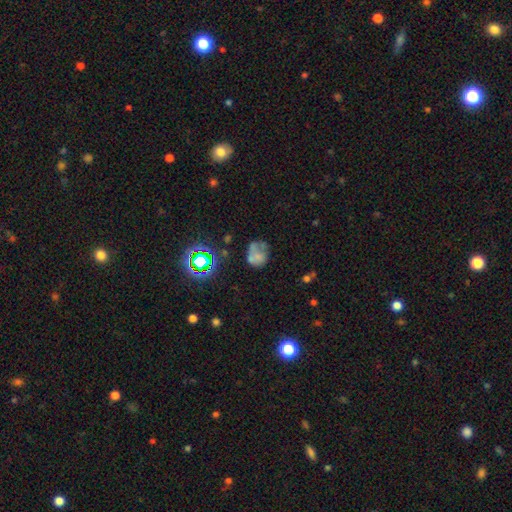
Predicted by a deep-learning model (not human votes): A smooth galaxy with no disk features (47%). Merging: none (36%).